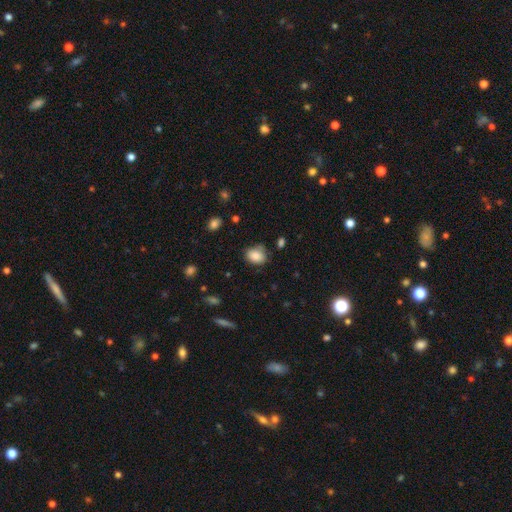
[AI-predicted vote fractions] Morphology: type=smooth (85%); roundness=in between (63%); merging=none (69%).